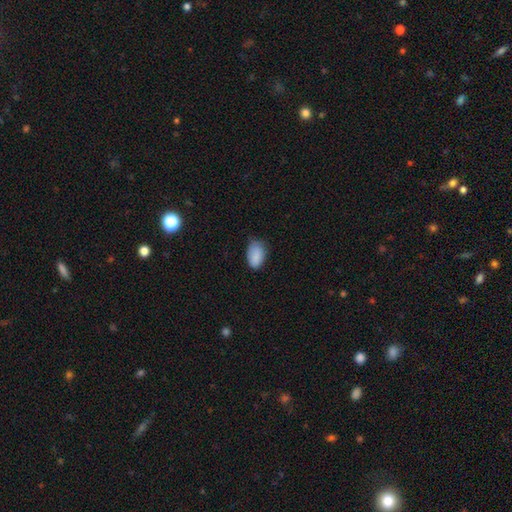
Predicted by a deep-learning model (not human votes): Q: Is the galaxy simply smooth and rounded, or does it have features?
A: smooth — 88%.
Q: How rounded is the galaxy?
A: in between — 92%.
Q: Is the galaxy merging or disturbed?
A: none — 59%.